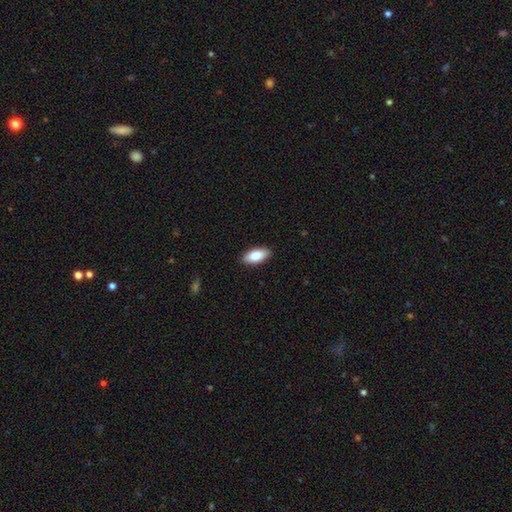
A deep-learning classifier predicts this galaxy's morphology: A smooth galaxy with no disk features (85%) that is in between round and cigar-shaped (90%). Merging: none (89%).